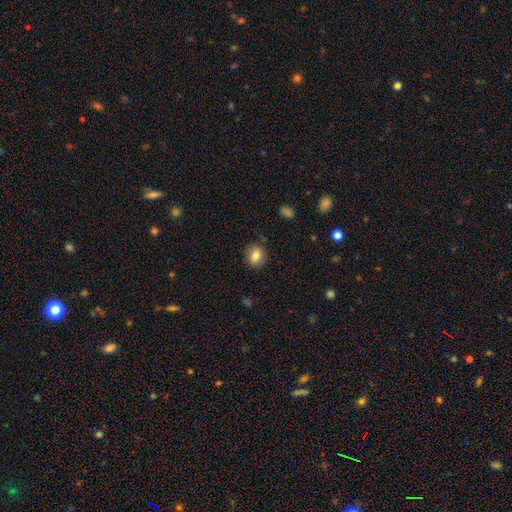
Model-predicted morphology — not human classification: The model was most divided on "how rounded": round: 67%, in between: 32%, cigar-shaped: 1%. More confident: merging — none (87%); smooth or featured — smooth (82%).